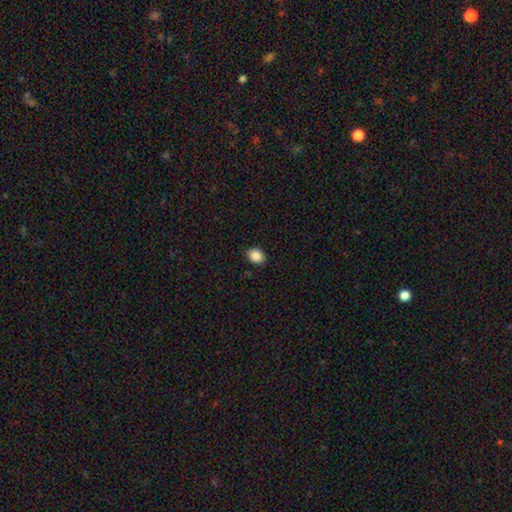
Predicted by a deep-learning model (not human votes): A smooth galaxy with no disk features (88%) that is in between round and cigar-shaped (55%).

Vote fractions:
- Smooth or featured? smooth: 88% / star or artifact: 8% / featured or disk: 4%
- How rounded? in between: 55% / round: 44% / cigar-shaped: 1%
- Merging? none: 90% / minor disturbance: 8% / major disturbance: 2% / merger: 1%